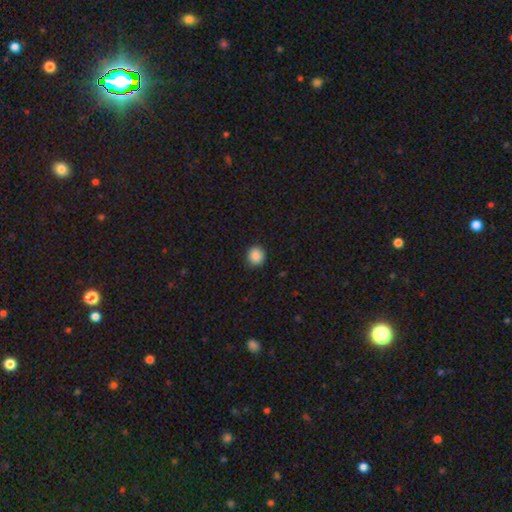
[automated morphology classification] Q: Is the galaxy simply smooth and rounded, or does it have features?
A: smooth — 89%.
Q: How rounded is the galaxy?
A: round — 88%.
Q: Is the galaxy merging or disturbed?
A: none — 90%.